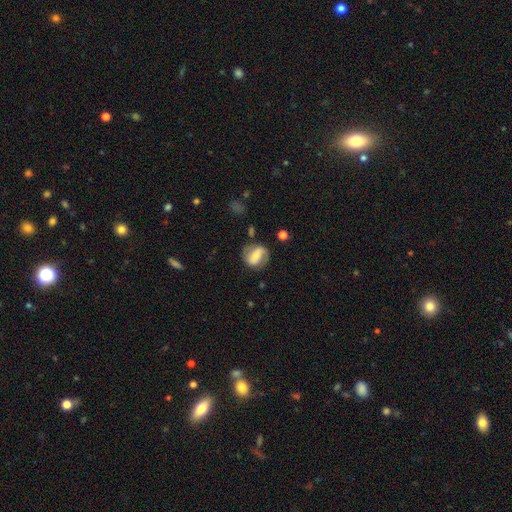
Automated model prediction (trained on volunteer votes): Smooth or featured? featured or disk (54%)
Edge-on disk? no (96%)
Bar? strong (42%)
Spiral arms? yes (80%)
Bulge size? small (35%)
Merging? none (69%)